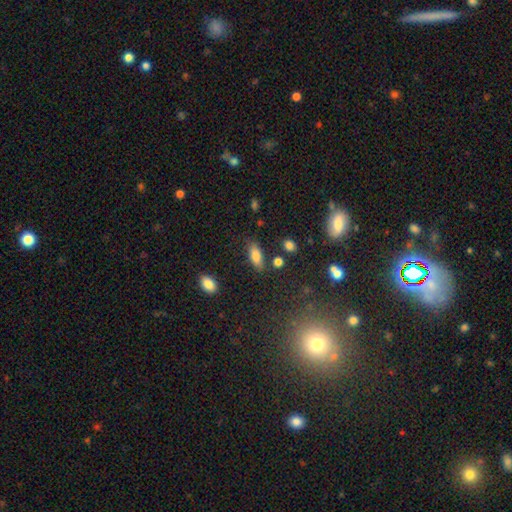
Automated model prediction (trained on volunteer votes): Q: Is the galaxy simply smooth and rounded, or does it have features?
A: smooth — 81%.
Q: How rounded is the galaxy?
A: in between — 78%.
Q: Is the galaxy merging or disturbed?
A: none — 76%.